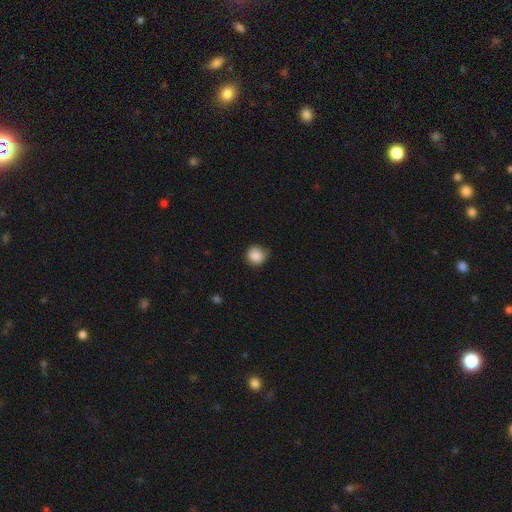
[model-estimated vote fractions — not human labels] smooth-or-featured: smooth: 87% | star or artifact: 8% | featured or disk: 5%
  how-rounded: round: 88% | in between: 11% | cigar-shaped: 1%
  merging: none: 72% | minor disturbance: 23% | major disturbance: 4% | merger: 1%